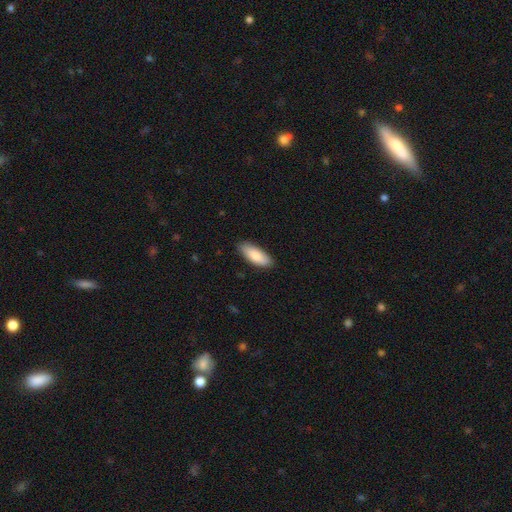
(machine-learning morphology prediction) A smooth galaxy with no disk features (84%) that is in between round and cigar-shaped (77%). Merging: none (86%).